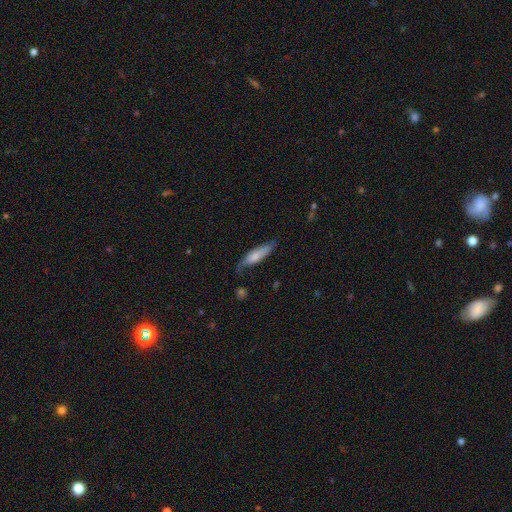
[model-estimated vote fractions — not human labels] Smooth or featured?
  - smooth: 66% *
  - featured or disk: 28%
  - star or artifact: 6%
How rounded?
  - cigar-shaped: 68% *
  - in between: 30%
  - round: 2%
Merging?
  - none: 58% *
  - minor disturbance: 30%
  - major disturbance: 9%
  - merger: 3%